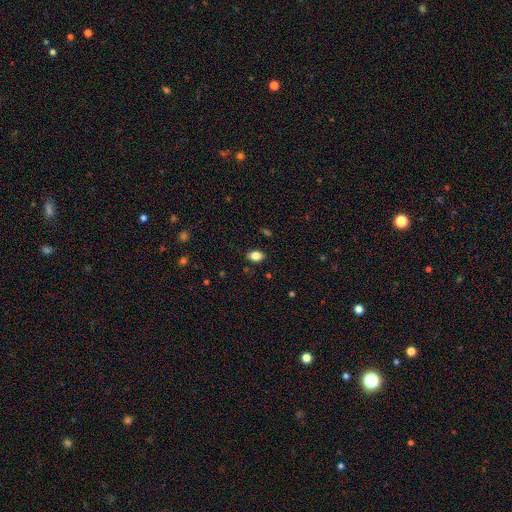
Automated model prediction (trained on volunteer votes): A smooth galaxy with no disk features (84%) that is in between round and cigar-shaped (84%). Merging: none (86%).